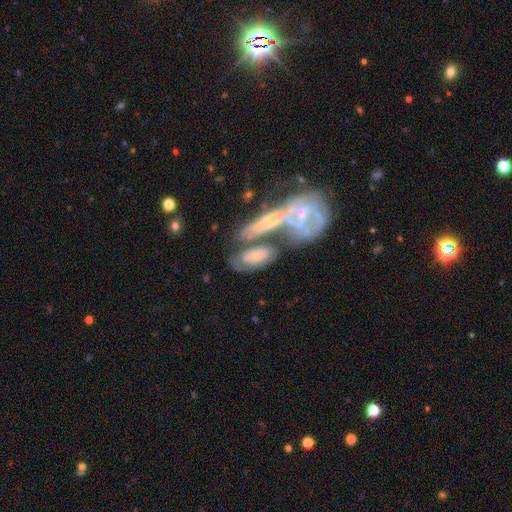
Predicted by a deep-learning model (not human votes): A featured or disk galaxy (53%). Merging: merger (42%).